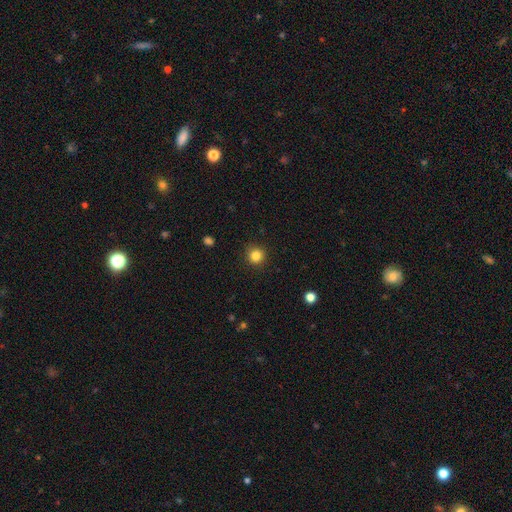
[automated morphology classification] A smooth galaxy with no disk features (84%) that is round (94%). Merging: none (91%).